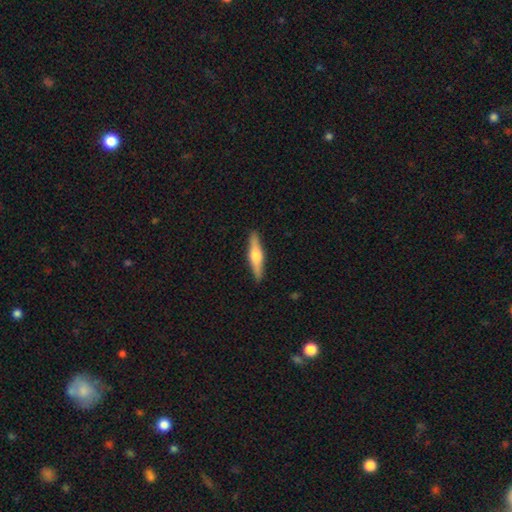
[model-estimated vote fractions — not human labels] A featured or disk galaxy (60%) viewed edge-on (96%) with a rounded central bulge (93%). Merging: none (91%).